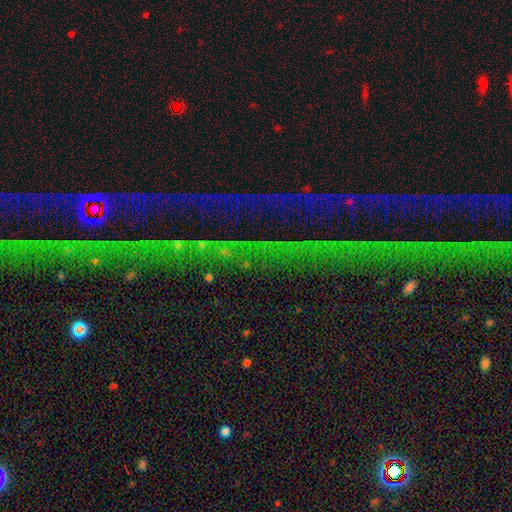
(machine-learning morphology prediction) A star or artifact, not a galaxy (79%).

Vote fractions:
- Smooth or featured? star or artifact: 79% / featured or disk: 12% / smooth: 9%